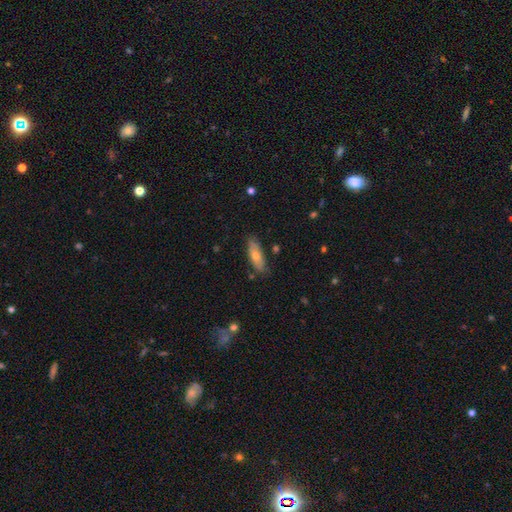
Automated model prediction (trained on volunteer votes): Morphology: type=smooth (62%); roundness=in between (60%); merging=none (79%).